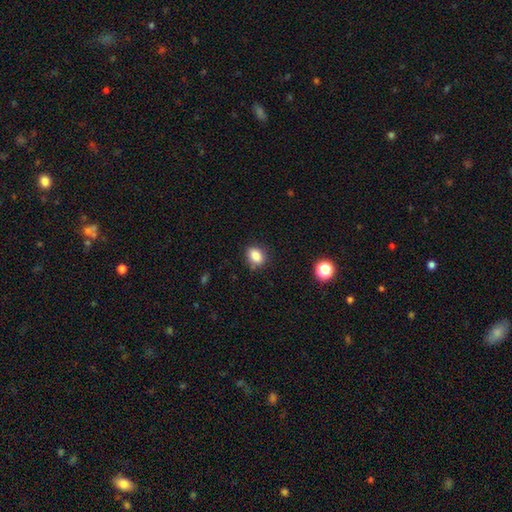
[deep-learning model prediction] Q: Smooth or featured?
A: smooth (85%); runner-up: star or artifact (10%)
Q: How rounded?
A: in between (65%); runner-up: round (34%)
Q: Merging?
A: none (79%); runner-up: minor disturbance (15%)